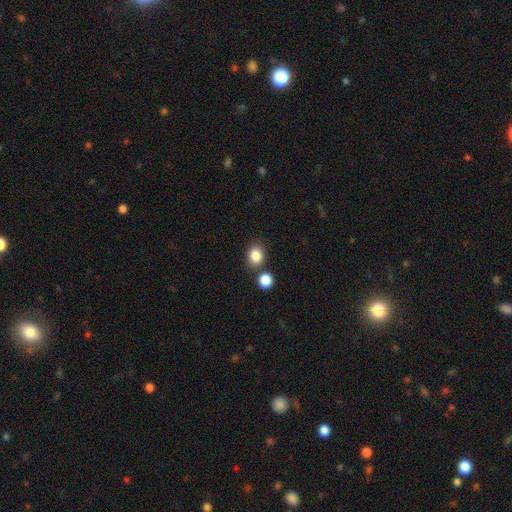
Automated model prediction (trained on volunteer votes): This appears to be a smooth galaxy with no disk features (85%) that is round (59%). Merging: none (74%).